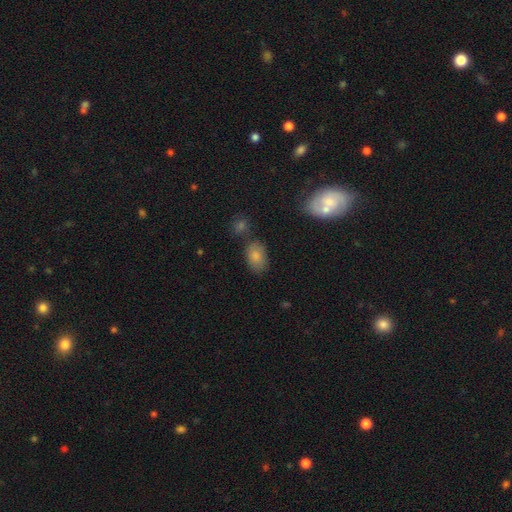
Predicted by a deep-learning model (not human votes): The model was most divided on "merging": none: 68%, minor disturbance: 16%, merger: 11%, major disturbance: 5%. More confident: how rounded — in between (88%); smooth or featured — smooth (83%).